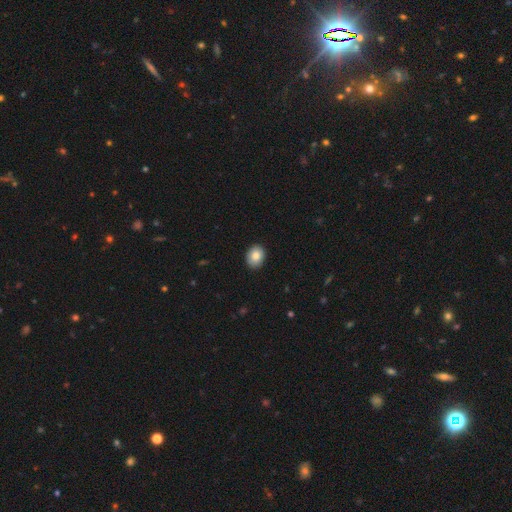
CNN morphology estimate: A smooth galaxy with no disk features (84%) that is in between round and cigar-shaped (56%).

Vote fractions:
- Smooth or featured? smooth: 84% / featured or disk: 8% / star or artifact: 8%
- How rounded? in between: 56% / round: 43% / cigar-shaped: 1%
- Merging? none: 89% / minor disturbance: 8% / major disturbance: 2% / merger: 1%